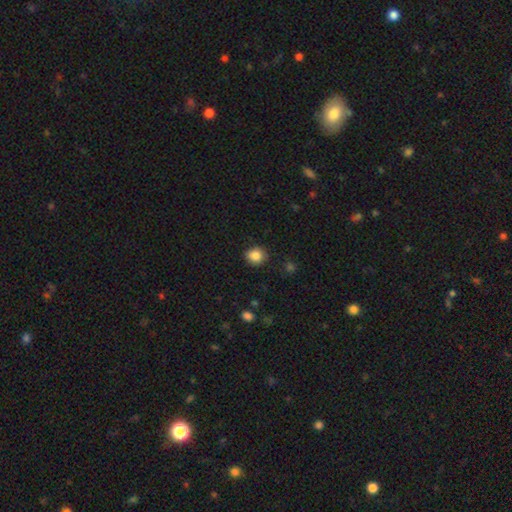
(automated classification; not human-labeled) smooth-or-featured: smooth: 86% | star or artifact: 10% | featured or disk: 4%
  how-rounded: round: 79% | in between: 20% | cigar-shaped: 1%
  merging: none: 83% | minor disturbance: 13% | major disturbance: 3% | merger: 1%